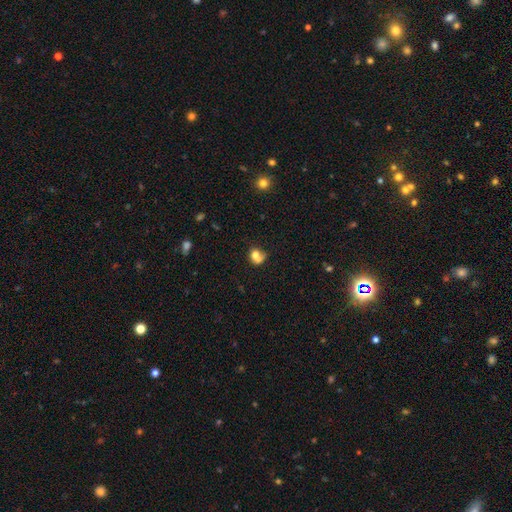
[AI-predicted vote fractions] Smooth or featured? Predicted: smooth (p=0.73). How rounded? Predicted: round (p=0.62). Merging? Predicted: none (p=0.36).